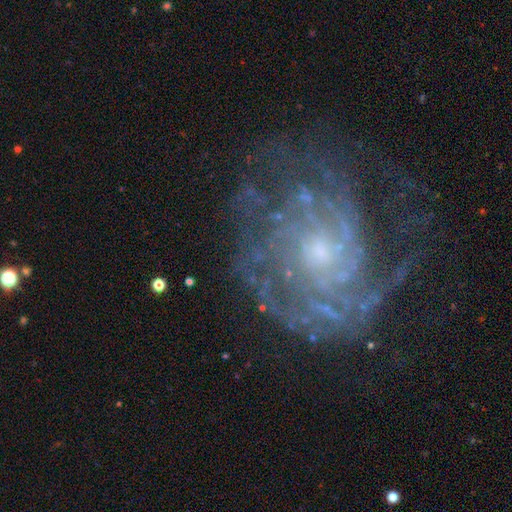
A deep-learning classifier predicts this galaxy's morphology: featured or disk 85%, star or artifact 9%, smooth 7%. Down the decision tree: edge-on disk — no (97%); bar — no (76%); spiral arms — yes (92%); spiral arm count — can't tell (39%); spiral winding — tight (62%); bulge size — small (66%); merging — none (64%).